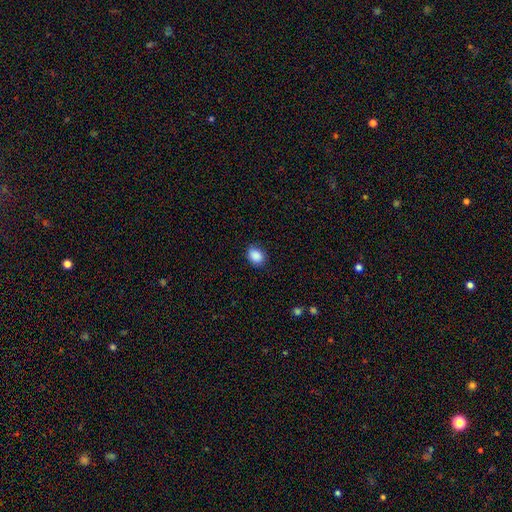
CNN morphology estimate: type=smooth (89%); roundness=in between (60%); merging=none (85%).